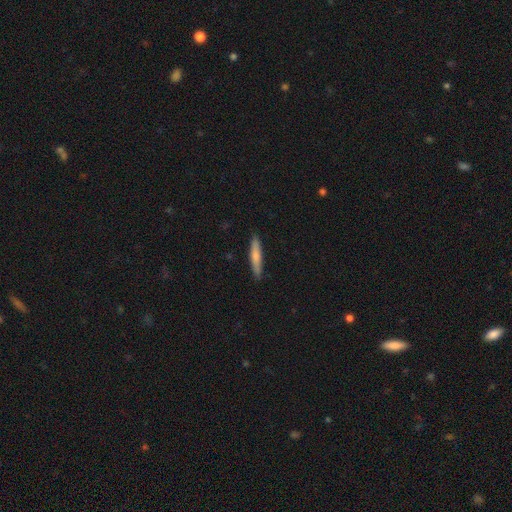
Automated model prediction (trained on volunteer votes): Smooth or featured? Predicted: smooth (p=0.69). How rounded? Predicted: cigar-shaped (p=0.90). Merging? Predicted: none (p=0.89).